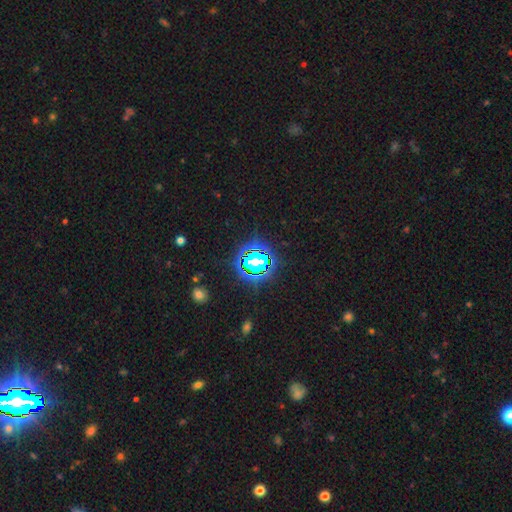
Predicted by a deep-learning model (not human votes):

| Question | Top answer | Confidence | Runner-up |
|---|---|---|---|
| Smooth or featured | star or artifact | 77% | smooth (15%) |